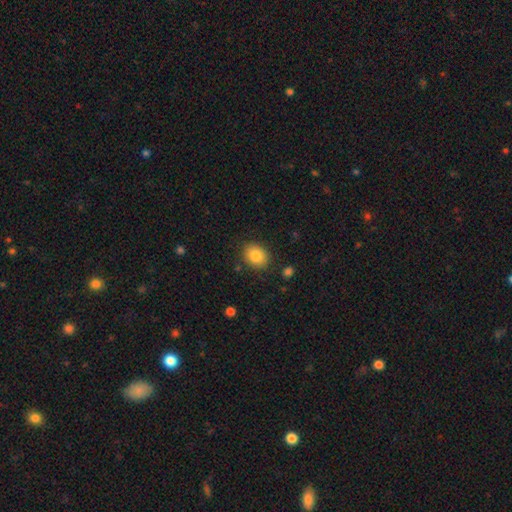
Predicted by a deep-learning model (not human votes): Q: Smooth or featured?
A: smooth (85%); runner-up: star or artifact (8%)
Q: How rounded?
A: in between (53%); runner-up: round (46%)
Q: Merging?
A: none (85%); runner-up: minor disturbance (10%)